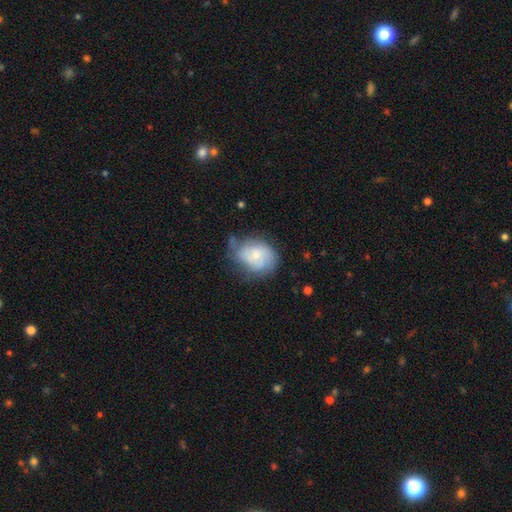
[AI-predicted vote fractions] Smooth or featured?
  - smooth: 50% *
  - featured or disk: 42%
  - star or artifact: 8%
How rounded?
  - in between: 53% *
  - round: 46%
  - cigar-shaped: 1%
Merging?
  - none: 48% *
  - minor disturbance: 33%
  - major disturbance: 15%
  - merger: 5%